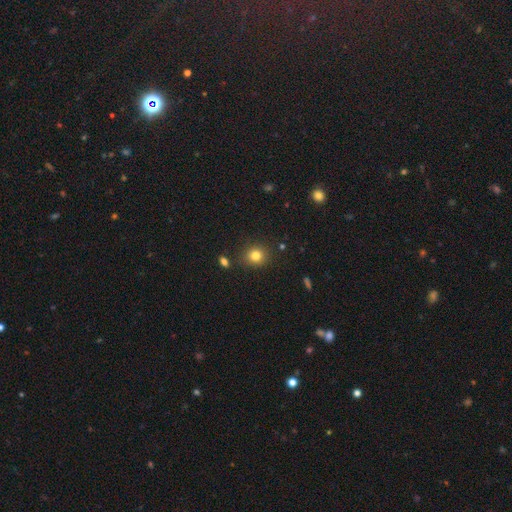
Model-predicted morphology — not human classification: Smooth or featured? smooth (81%)
How rounded? round (78%)
Merging? none (86%)